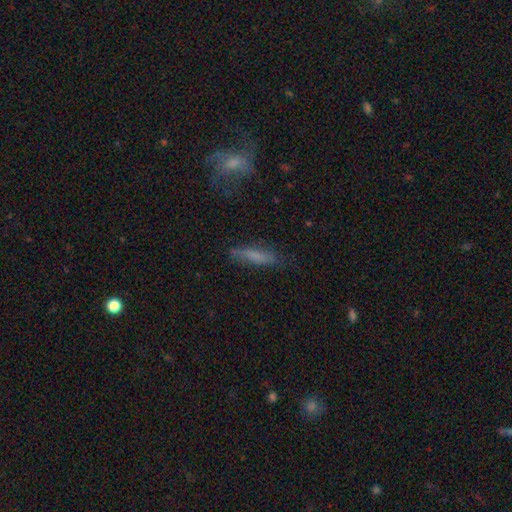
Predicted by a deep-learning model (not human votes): The model was most divided on "smooth or featured": smooth: 68%, featured or disk: 23%, star or artifact: 10%. More confident: how rounded — cigar-shaped (79%); merging — none (74%).